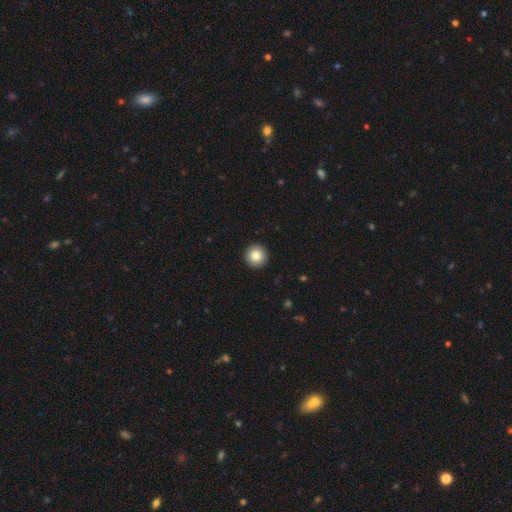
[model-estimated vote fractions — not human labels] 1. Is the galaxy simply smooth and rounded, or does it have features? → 83% smooth, 9% star or artifact, 8% featured or disk.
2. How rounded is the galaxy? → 96% round, 3% in between, 1% cigar-shaped.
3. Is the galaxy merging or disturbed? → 94% none, 4% minor disturbance, 1% major disturbance, 1% merger.